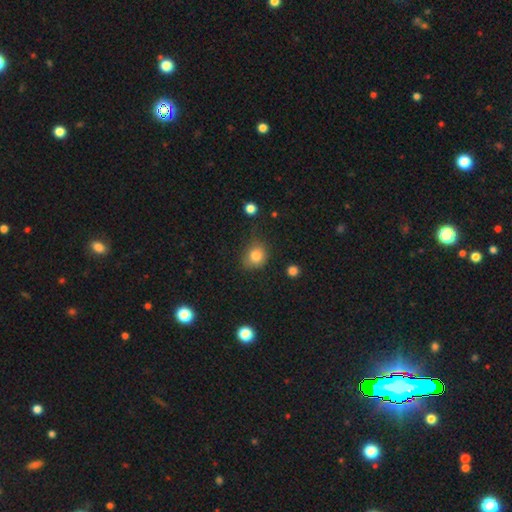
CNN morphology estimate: Smooth or featured? smooth (81%)
How rounded? round (73%)
Merging? none (65%)